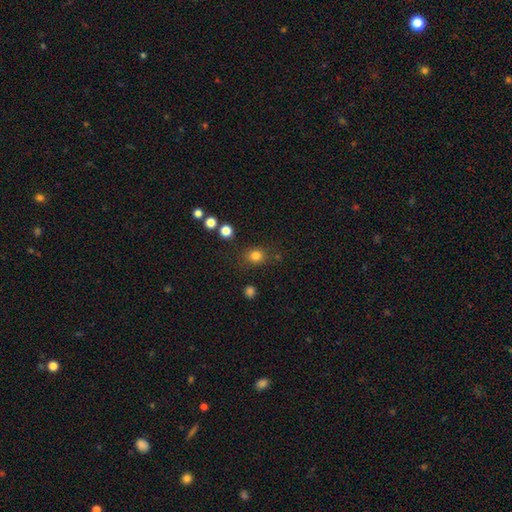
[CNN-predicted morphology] This appears to be a smooth galaxy with no disk features (81%) that is round (77%). Merging: none (81%).